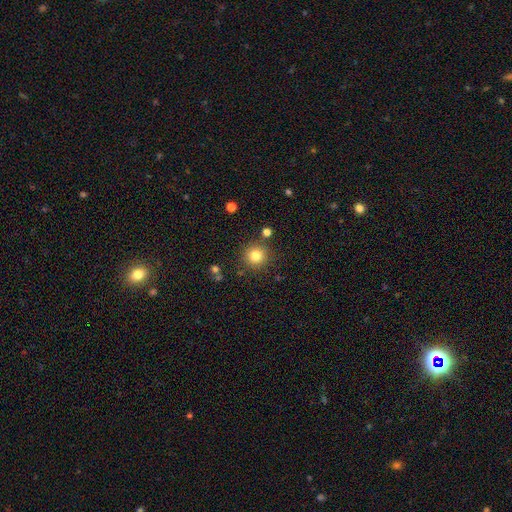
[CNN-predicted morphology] Smooth or featured?
  - smooth: 81% *
  - star or artifact: 13%
  - featured or disk: 7%
How rounded?
  - round: 94% *
  - in between: 5%
  - cigar-shaped: 1%
Merging?
  - none: 85% *
  - minor disturbance: 8%
  - merger: 5%
  - major disturbance: 3%